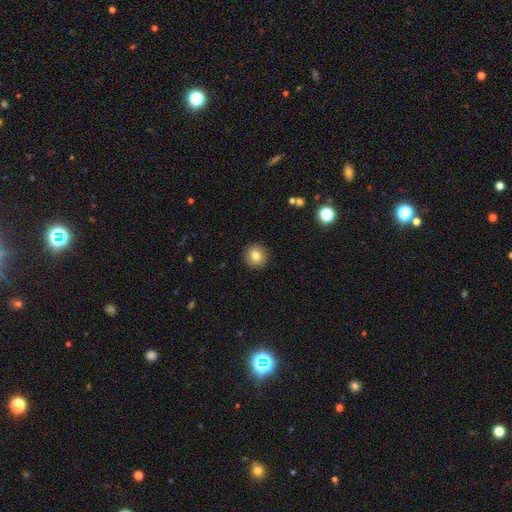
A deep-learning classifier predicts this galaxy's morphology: A smooth galaxy with no disk features (81%) that is round (94%).

Vote fractions:
- Smooth or featured? smooth: 81% / star or artifact: 10% / featured or disk: 9%
- How rounded? round: 94% / in between: 5% / cigar-shaped: 1%
- Merging? none: 92% / minor disturbance: 5% / major disturbance: 2% / merger: 1%